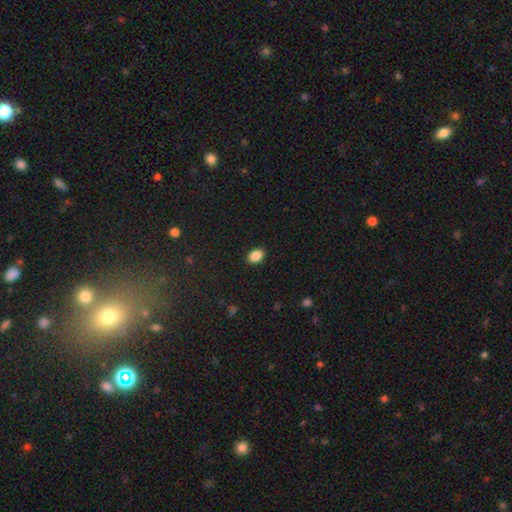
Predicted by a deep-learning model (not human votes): The model was most divided on "how rounded": in between: 79%, round: 19%, cigar-shaped: 1%. More confident: merging — none (90%); smooth or featured — smooth (88%).